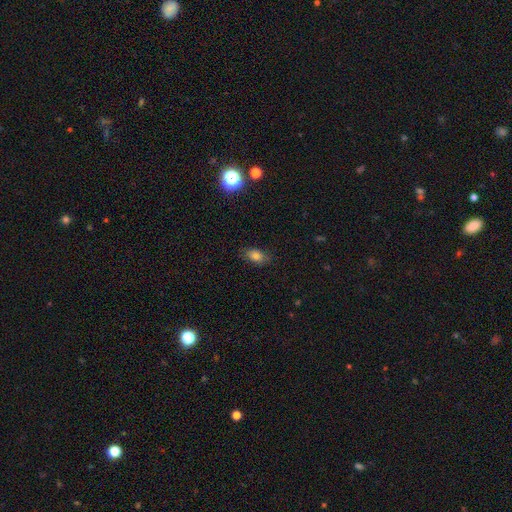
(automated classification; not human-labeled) A smooth galaxy with no disk features (78%) that is in between round and cigar-shaped (84%).

Vote fractions:
- Smooth or featured? smooth: 78% / star or artifact: 13% / featured or disk: 9%
- How rounded? in between: 84% / round: 13% / cigar-shaped: 3%
- Merging? none: 79% / minor disturbance: 16% / major disturbance: 4% / merger: 1%